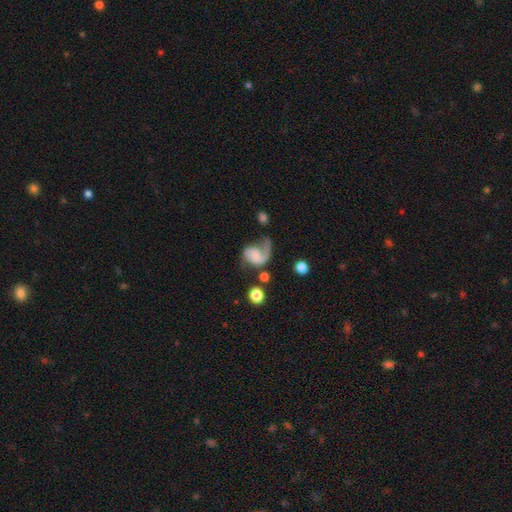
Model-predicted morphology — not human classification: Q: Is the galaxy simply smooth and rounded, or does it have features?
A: featured or disk — 72%.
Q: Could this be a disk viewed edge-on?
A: no — 98%.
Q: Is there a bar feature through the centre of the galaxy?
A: no — 66%.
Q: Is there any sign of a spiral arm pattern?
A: yes — 93%.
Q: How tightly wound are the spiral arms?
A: loose — 55%.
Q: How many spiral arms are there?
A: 1 — 60%.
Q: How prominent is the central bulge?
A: none — 47%.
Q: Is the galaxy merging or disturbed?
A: major disturbance — 40%.